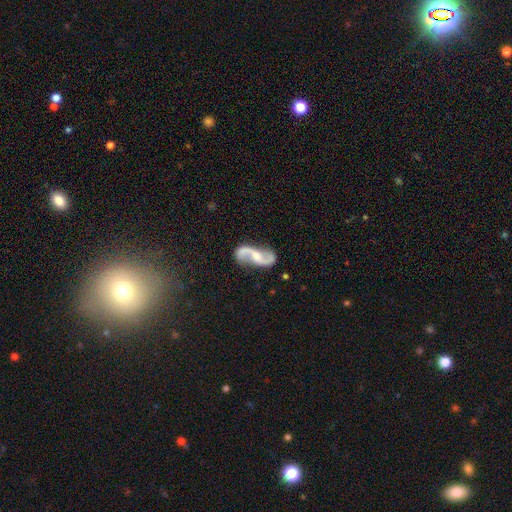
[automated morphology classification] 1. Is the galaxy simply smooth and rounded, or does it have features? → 89% featured or disk, 6% smooth, 5% star or artifact.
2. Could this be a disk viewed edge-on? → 97% no, 3% yes.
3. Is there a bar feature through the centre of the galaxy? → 44% no, 40% weak, 16% strong.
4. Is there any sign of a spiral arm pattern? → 97% yes, 3% no.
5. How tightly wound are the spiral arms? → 67% loose, 27% medium, 6% tight.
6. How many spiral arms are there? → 94% 2, 2% can't tell, 1% 1, 1% 3, 1% 4, 1% more than 4.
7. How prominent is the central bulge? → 40% moderate, 33% small, 20% none, 6% large, 2% dominant.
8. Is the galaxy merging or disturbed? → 77% none, 14% minor disturbance, 6% major disturbance, 3% merger.